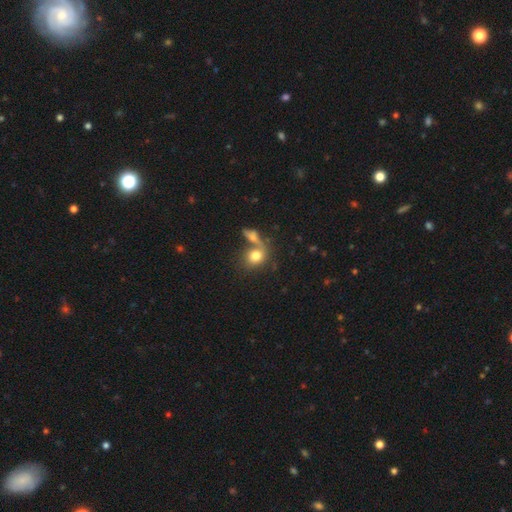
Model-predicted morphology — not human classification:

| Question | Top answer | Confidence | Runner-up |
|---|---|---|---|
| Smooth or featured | smooth | 77% | featured or disk (13%) |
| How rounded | round | 59% | in between (39%) |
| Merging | none | 42% | merger (39%) |